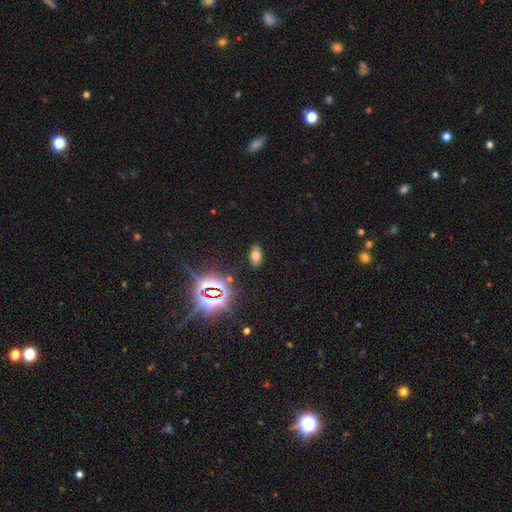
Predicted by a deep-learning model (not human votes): This appears to be a smooth galaxy with no disk features (59%) that is in between round and cigar-shaped (88%). Merging: none (88%).